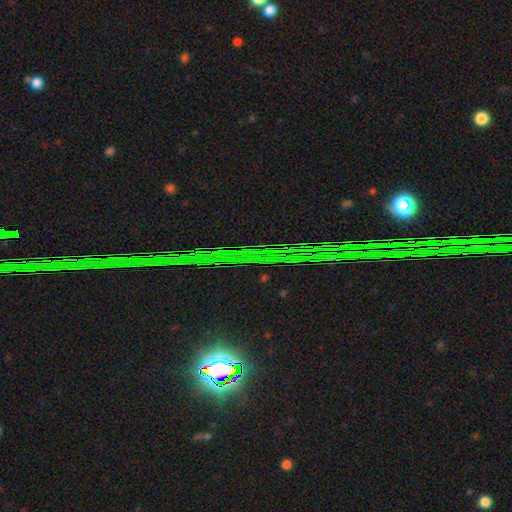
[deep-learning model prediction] Q: Smooth or featured?
A: star or artifact (84%); runner-up: featured or disk (9%)